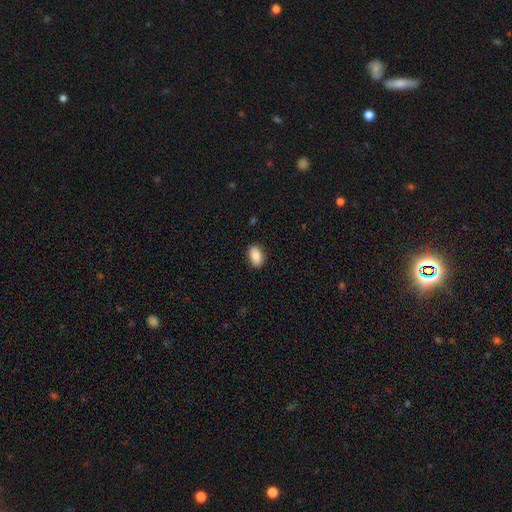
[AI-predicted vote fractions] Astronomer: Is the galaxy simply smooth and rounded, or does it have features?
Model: smooth — 88%.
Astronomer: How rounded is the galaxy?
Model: in between — 91%.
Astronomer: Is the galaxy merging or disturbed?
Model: none — 88%.